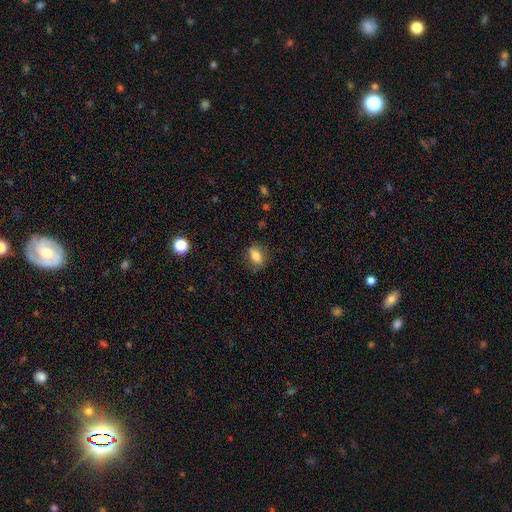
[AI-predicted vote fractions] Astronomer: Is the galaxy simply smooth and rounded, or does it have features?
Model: smooth — 81%.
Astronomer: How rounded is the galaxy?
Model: in between — 81%.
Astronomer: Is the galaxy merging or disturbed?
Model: none — 79%.